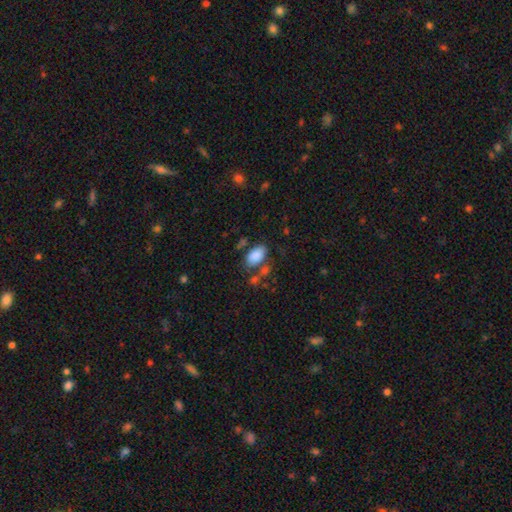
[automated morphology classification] This appears to be a smooth galaxy with no disk features (85%) that is in between round and cigar-shaped (93%). Merging: none (65%).